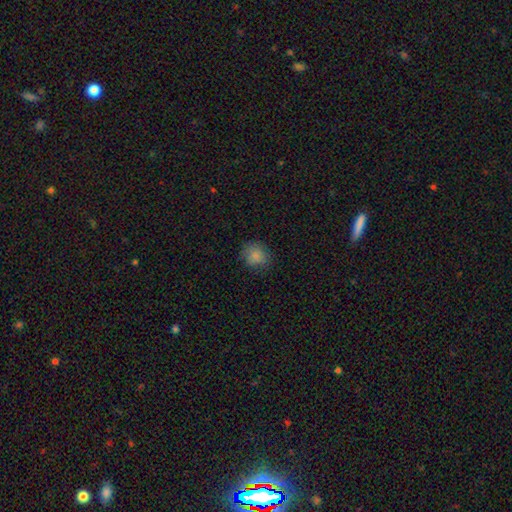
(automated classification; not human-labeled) A smooth galaxy with no disk features (85%) that is round (80%).

Vote fractions:
- Smooth or featured? smooth: 85% / star or artifact: 10% / featured or disk: 4%
- How rounded? round: 80% / in between: 20% / cigar-shaped: 1%
- Merging? none: 81% / minor disturbance: 14% / major disturbance: 4% / merger: 1%